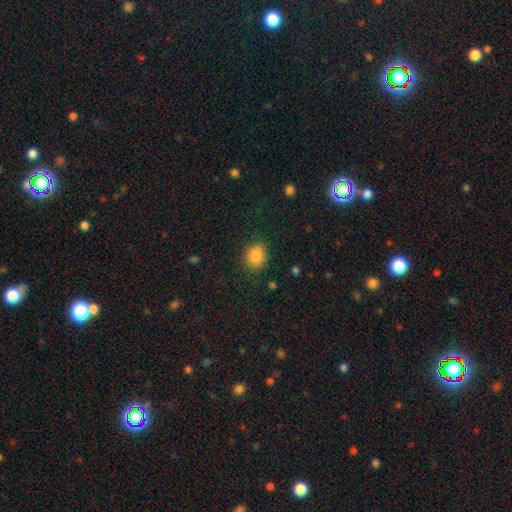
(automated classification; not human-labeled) Overall: smooth (86%). How rounded: round (67%; in between 32%). Merging: none (84%).